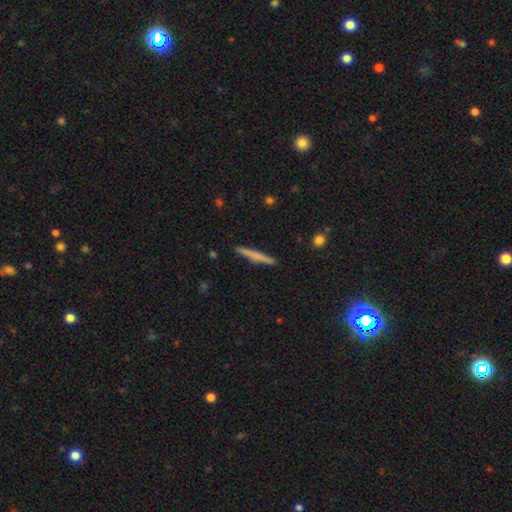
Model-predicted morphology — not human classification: smooth-or-featured: smooth: 57% | featured or disk: 37% | star or artifact: 6%
  how-rounded: cigar-shaped: 96% | in between: 3% | round: 2%
  merging: none: 91% | minor disturbance: 6% | major disturbance: 1% | merger: 1%